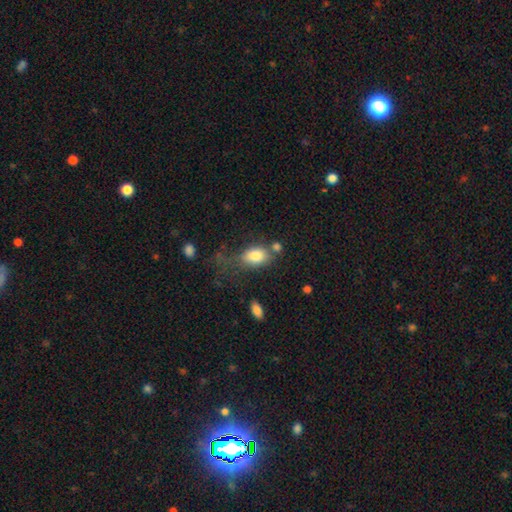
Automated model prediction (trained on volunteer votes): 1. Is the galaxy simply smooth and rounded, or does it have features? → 82% smooth, 10% featured or disk, 8% star or artifact.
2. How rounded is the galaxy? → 86% in between, 12% round, 2% cigar-shaped.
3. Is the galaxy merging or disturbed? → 47% none, 22% minor disturbance, 16% major disturbance, 15% merger.